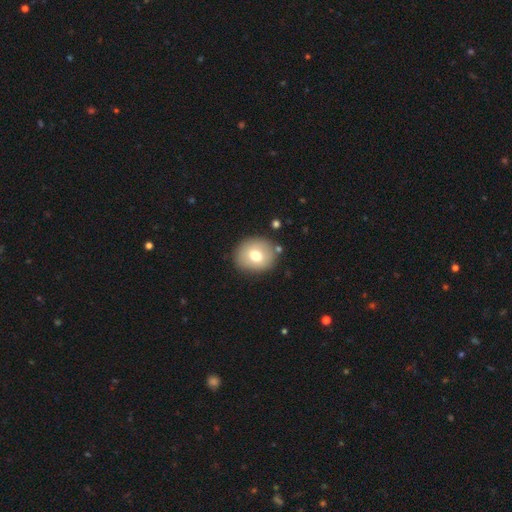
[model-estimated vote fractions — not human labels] Q: Smooth or featured?
A: smooth (71%); runner-up: featured or disk (20%)
Q: How rounded?
A: round (72%); runner-up: in between (27%)
Q: Merging?
A: none (85%); runner-up: minor disturbance (9%)